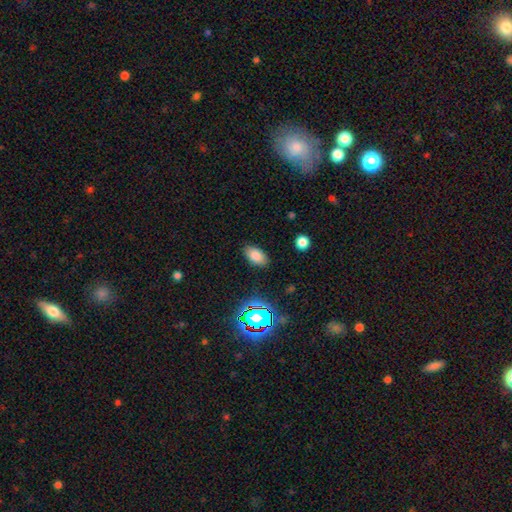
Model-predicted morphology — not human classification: Smooth or featured? Predicted: smooth (p=0.80). How rounded? Predicted: in between (p=0.92). Merging? Predicted: none (p=0.85).